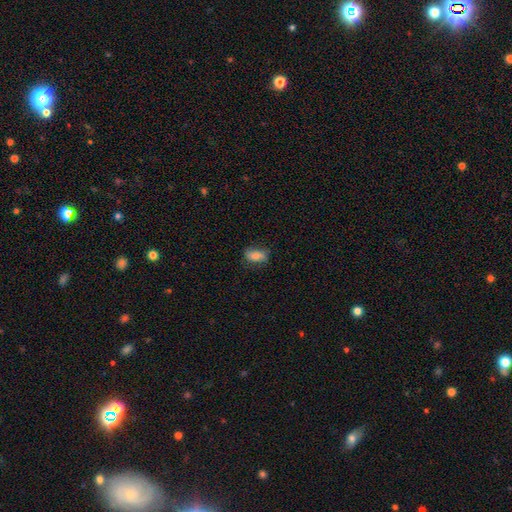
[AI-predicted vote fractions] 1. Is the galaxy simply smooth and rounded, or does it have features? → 73% smooth, 18% featured or disk, 9% star or artifact.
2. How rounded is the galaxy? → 84% in between, 9% round, 7% cigar-shaped.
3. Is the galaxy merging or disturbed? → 70% none, 22% minor disturbance, 6% major disturbance, 1% merger.